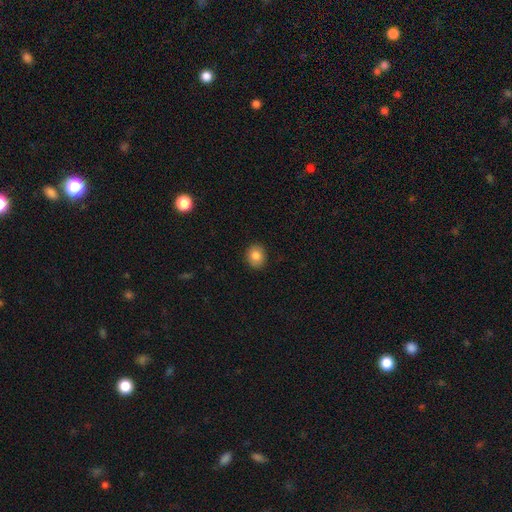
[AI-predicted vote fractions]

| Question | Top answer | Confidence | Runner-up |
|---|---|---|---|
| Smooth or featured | smooth | 84% | star or artifact (9%) |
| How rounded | round | 69% | in between (31%) |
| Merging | none | 89% | minor disturbance (8%) |